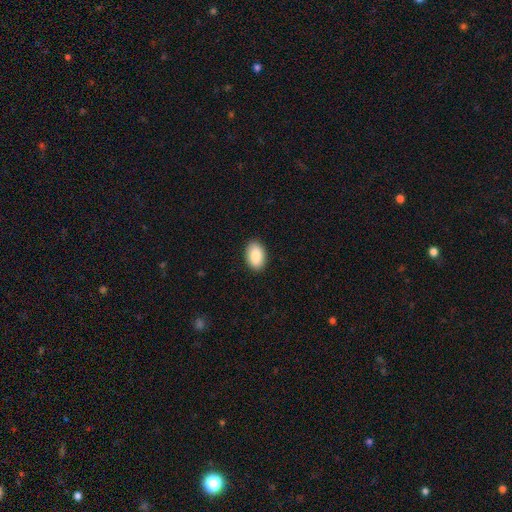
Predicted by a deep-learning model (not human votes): This is clearly a smooth galaxy (88%). How rounded: clearly in between (92%). Merging: clearly none (90%).